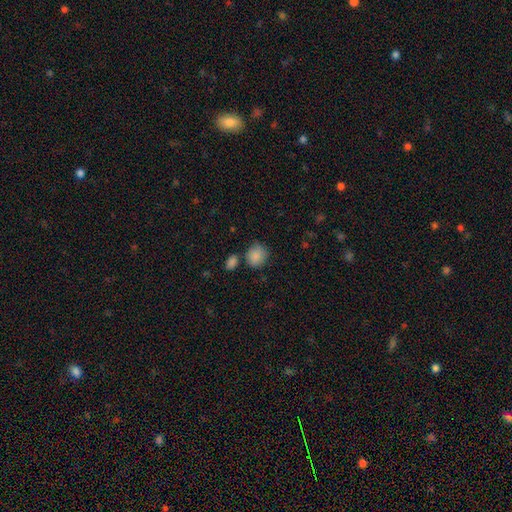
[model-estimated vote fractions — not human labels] Overall: smooth (86%). How rounded: round (72%). Merging: none (64%).